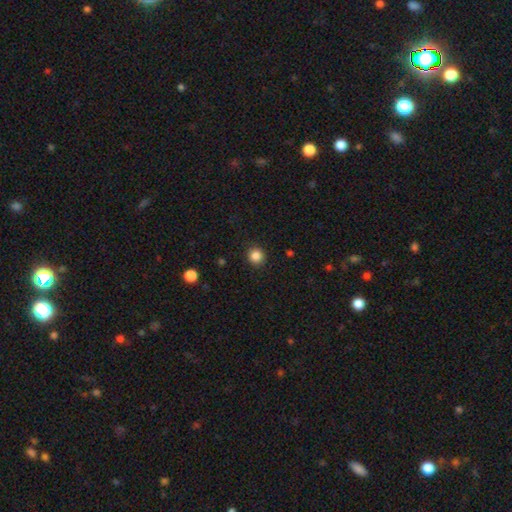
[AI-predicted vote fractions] smooth 86%, star or artifact 11%, featured or disk 3%. Down the decision tree: how rounded — round (93%); merging — none (91%).